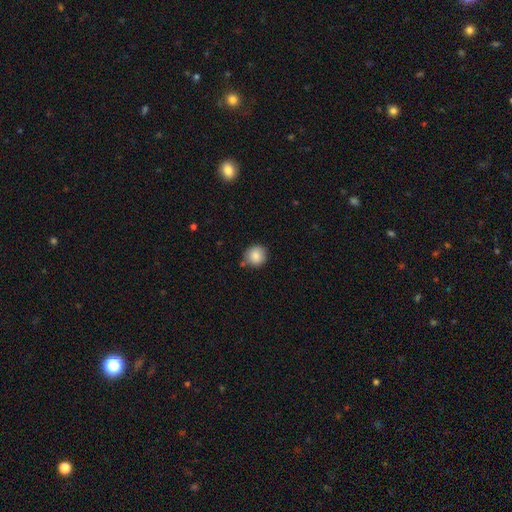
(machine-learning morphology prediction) Smooth or featured: smooth — 86% (star or artifact — 8%)
How rounded: round — 90% (in between — 9%)
Merging: none — 79% (minor disturbance — 13%)